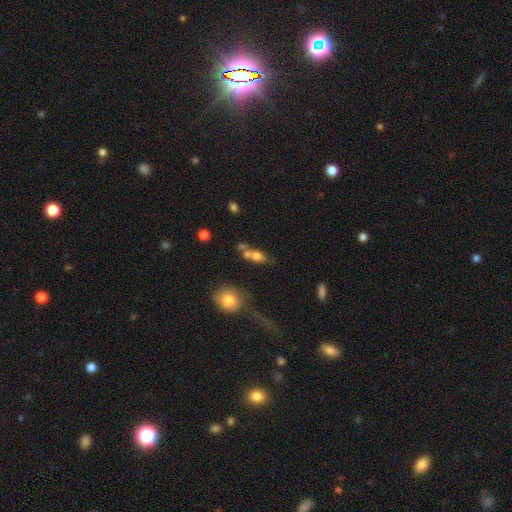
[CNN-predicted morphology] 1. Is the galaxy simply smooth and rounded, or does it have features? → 65% smooth, 24% featured or disk, 11% star or artifact.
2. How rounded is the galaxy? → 65% in between, 19% round, 15% cigar-shaped.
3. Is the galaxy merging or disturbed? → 44% merger, 35% none, 13% minor disturbance, 8% major disturbance.